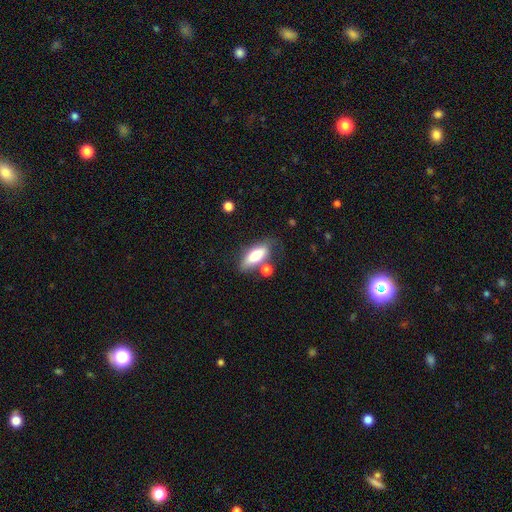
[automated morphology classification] Overall: smooth (72%). How rounded: in between (74%). Merging: none (61%).